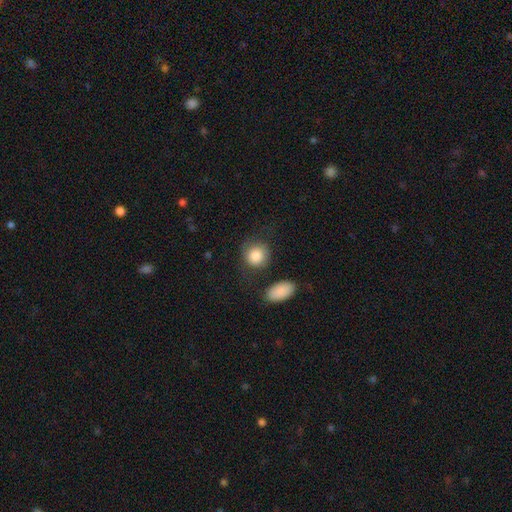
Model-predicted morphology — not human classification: The model was most divided on "merging": none: 64%, minor disturbance: 19%, major disturbance: 11%, merger: 6%. More confident: smooth or featured — smooth (85%); how rounded — round (81%).